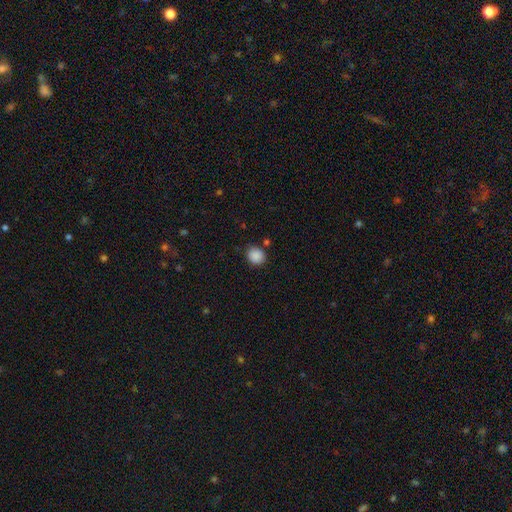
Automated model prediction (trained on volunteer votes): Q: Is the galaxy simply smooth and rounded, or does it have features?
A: smooth — 88%.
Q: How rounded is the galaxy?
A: round — 75%.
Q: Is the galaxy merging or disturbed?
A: none — 84%.